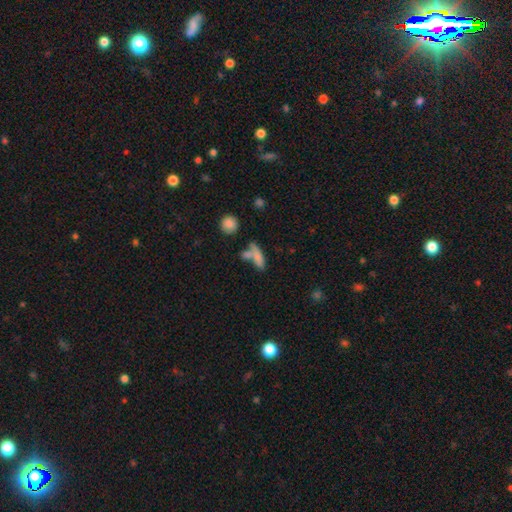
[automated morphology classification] smooth_or_featured: smooth (p=0.73) [alt: featured or disk p=0.17]
how_rounded: cigar-shaped (p=0.52) [alt: in between p=0.43]
merging: none (p=0.40) [alt: merger p=0.39]